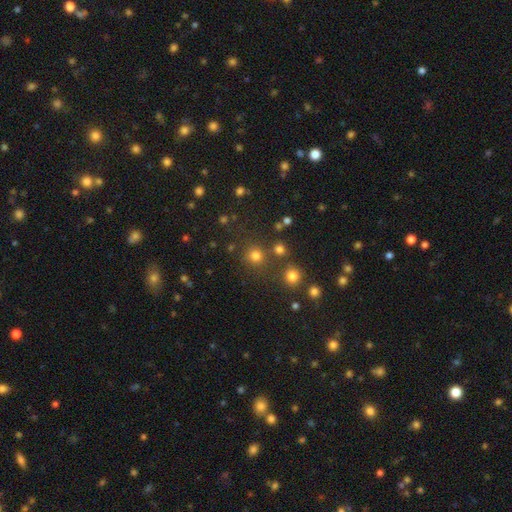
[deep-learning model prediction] The model was most divided on "smooth or featured": smooth: 76%, star or artifact: 19%, featured or disk: 5%. More confident: how rounded — round (91%); merging — none (78%).